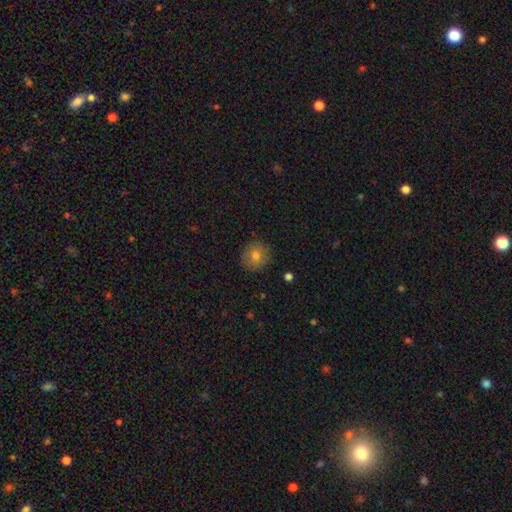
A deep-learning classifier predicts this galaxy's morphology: Smooth or featured: smooth — 77% (featured or disk — 14%)
How rounded: round — 88% (in between — 11%)
Merging: none — 86% (minor disturbance — 10%)